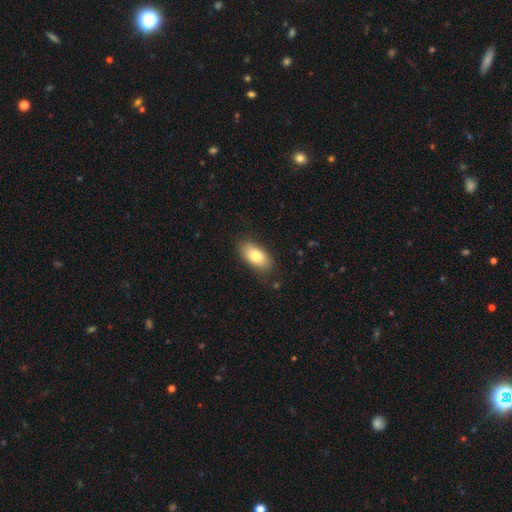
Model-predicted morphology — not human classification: A smooth galaxy with no disk features (80%) that is in between round and cigar-shaped (91%). Merging: none (82%).